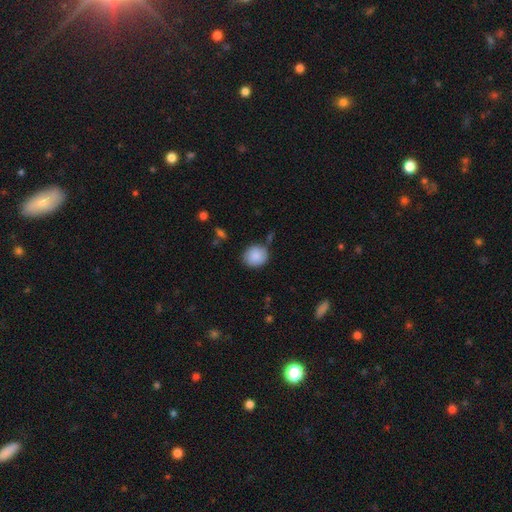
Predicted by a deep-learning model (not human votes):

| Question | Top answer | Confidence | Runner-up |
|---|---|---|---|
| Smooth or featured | smooth | 88% | star or artifact (7%) |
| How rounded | round | 84% | in between (15%) |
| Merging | none | 78% | minor disturbance (14%) |